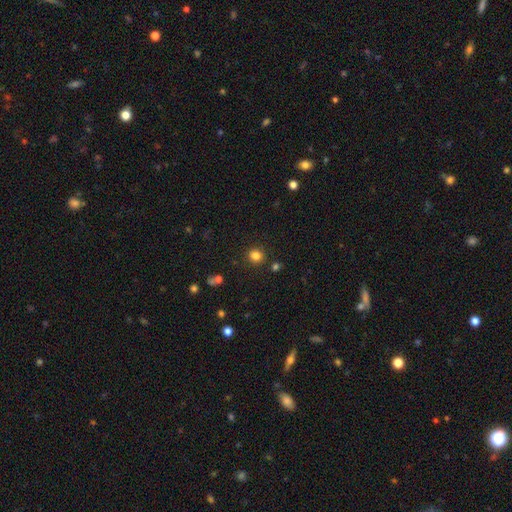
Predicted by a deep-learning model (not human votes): Smooth or featured?
  - smooth: 82% *
  - star or artifact: 14%
  - featured or disk: 5%
How rounded?
  - round: 86% *
  - in between: 13%
  - cigar-shaped: 1%
Merging?
  - none: 88% *
  - minor disturbance: 7%
  - merger: 3%
  - major disturbance: 2%